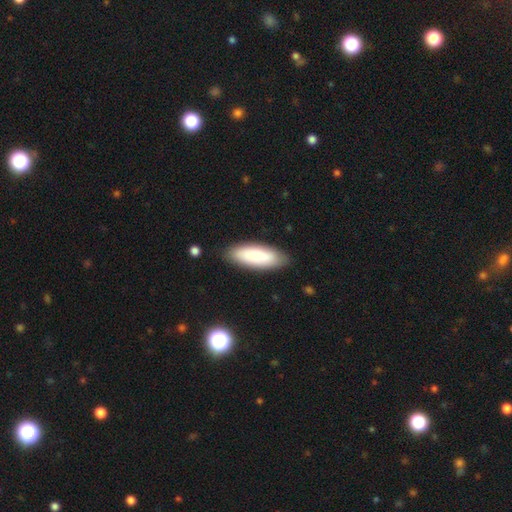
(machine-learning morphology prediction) smooth_or_featured: smooth (p=0.77) [alt: featured or disk p=0.17]
how_rounded: in between (p=0.69) [alt: cigar-shaped p=0.29]
merging: none (p=0.84) [alt: minor disturbance p=0.11]